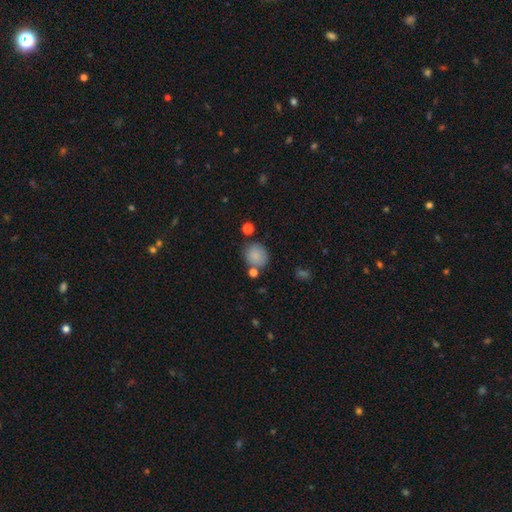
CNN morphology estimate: Smooth or featured?
  - smooth: 84% *
  - star or artifact: 9%
  - featured or disk: 6%
How rounded?
  - round: 74% *
  - in between: 25%
  - cigar-shaped: 1%
Merging?
  - none: 71% *
  - minor disturbance: 14%
  - merger: 10%
  - major disturbance: 5%